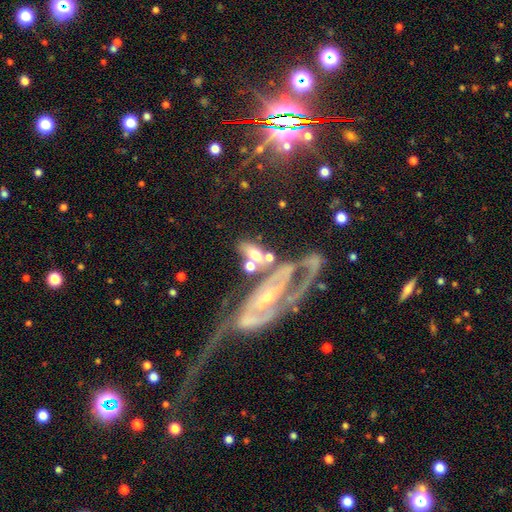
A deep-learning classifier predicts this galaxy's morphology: smooth-or-featured: smooth: 48% | featured or disk: 44% | star or artifact: 8%
  merging: none: 37% | merger: 32% | minor disturbance: 18% | major disturbance: 13%